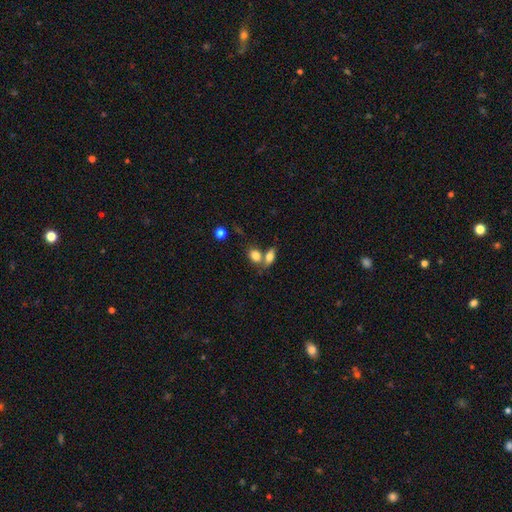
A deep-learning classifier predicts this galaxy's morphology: A smooth galaxy with no disk features (81%) that is in between round and cigar-shaped (71%). Merging: none (44%).